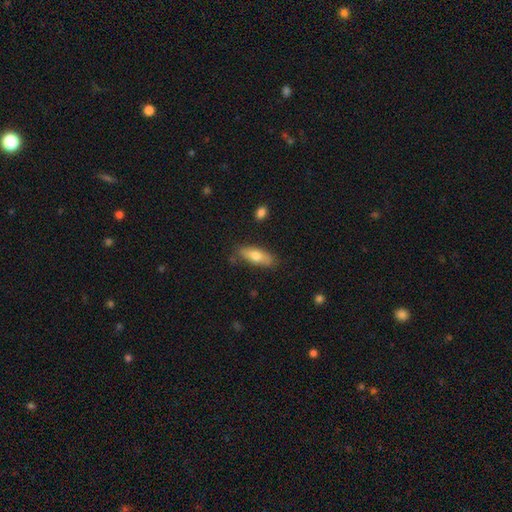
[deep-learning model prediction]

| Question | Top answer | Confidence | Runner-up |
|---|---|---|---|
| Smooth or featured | smooth | 71% | featured or disk (22%) |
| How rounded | in between | 62% | cigar-shaped (35%) |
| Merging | none | 79% | minor disturbance (16%) |